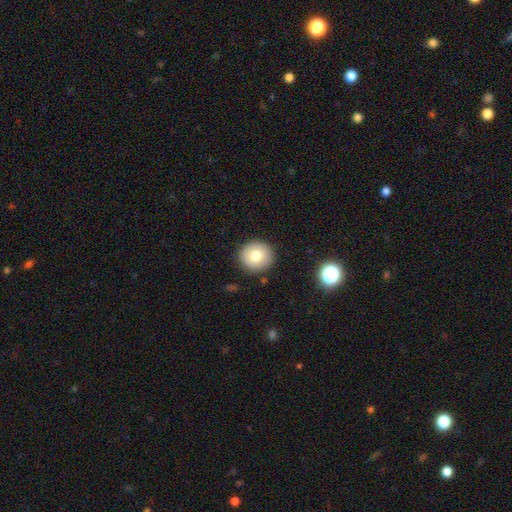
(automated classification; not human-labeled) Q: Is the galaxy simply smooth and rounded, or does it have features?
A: smooth — 77%.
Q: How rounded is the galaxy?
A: round — 90%.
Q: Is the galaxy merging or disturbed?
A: none — 89%.